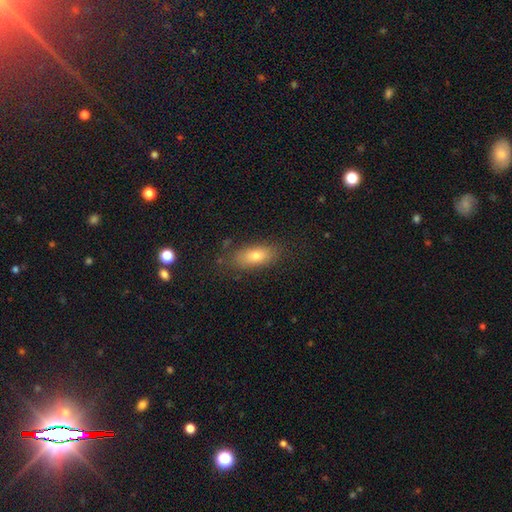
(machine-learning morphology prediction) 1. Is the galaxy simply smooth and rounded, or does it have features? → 73% smooth, 18% featured or disk, 10% star or artifact.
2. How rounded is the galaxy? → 80% in between, 15% cigar-shaped, 5% round.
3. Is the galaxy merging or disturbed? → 79% none, 14% minor disturbance, 4% major disturbance, 2% merger.